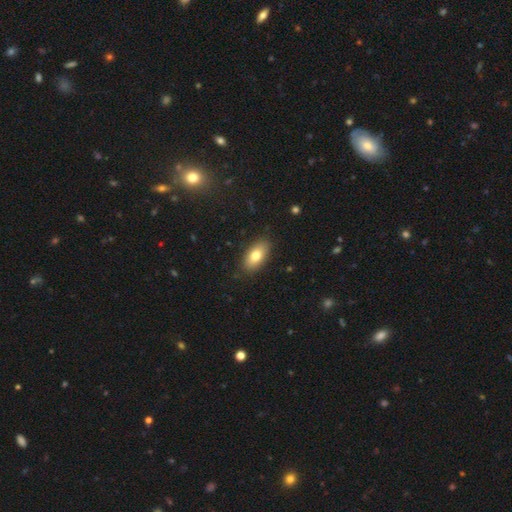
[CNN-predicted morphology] Smooth or featured: smooth — 78% (featured or disk — 15%)
How rounded: in between — 91% (cigar-shaped — 6%)
Merging: none — 87% (minor disturbance — 10%)